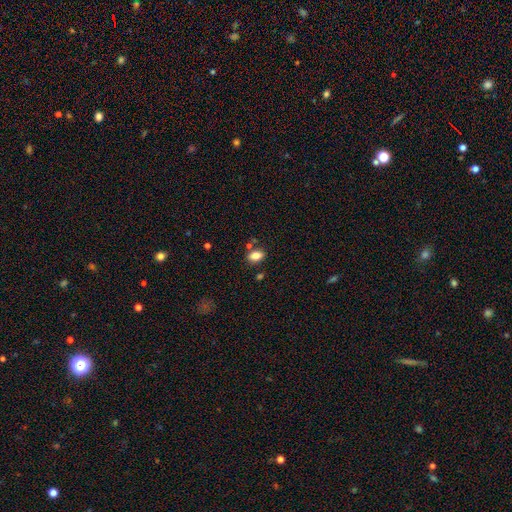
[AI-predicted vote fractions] A smooth galaxy with no disk features (83%) that is in between round and cigar-shaped (85%).

Vote fractions:
- Smooth or featured? smooth: 83% / star or artifact: 9% / featured or disk: 8%
- How rounded? in between: 85% / round: 13% / cigar-shaped: 2%
- Merging? none: 77% / minor disturbance: 11% / merger: 9% / major disturbance: 3%